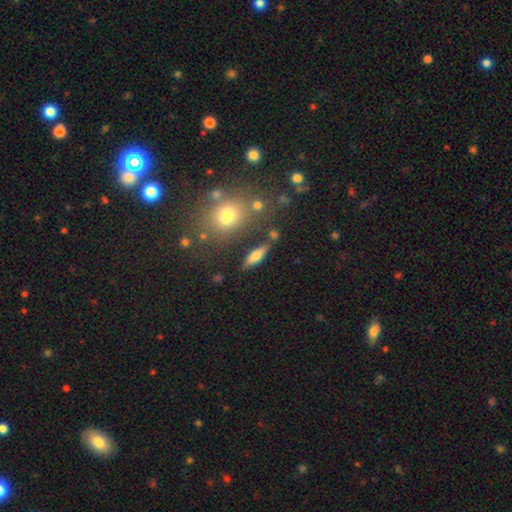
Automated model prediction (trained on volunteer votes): A smooth galaxy with no disk features (56%) that is in between round and cigar-shaped (49%). Merging: none (75%).